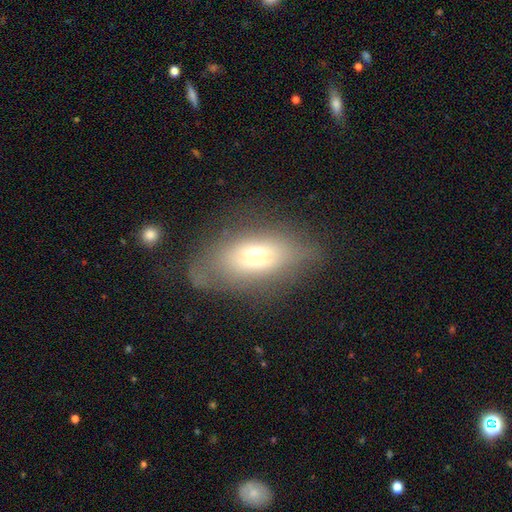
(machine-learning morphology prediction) smooth-or-featured: smooth: 50% | featured or disk: 39% | star or artifact: 11%
  how-rounded: in between: 81% | cigar-shaped: 12% | round: 8%
  merging: none: 51% | minor disturbance: 26% | major disturbance: 20% | merger: 3%